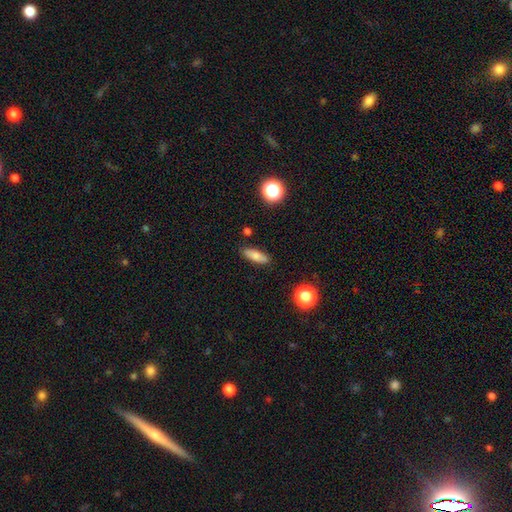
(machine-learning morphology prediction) Smooth or featured: smooth — 76% (featured or disk — 15%)
How rounded: in between — 55% (cigar-shaped — 41%)
Merging: none — 87% (minor disturbance — 9%)